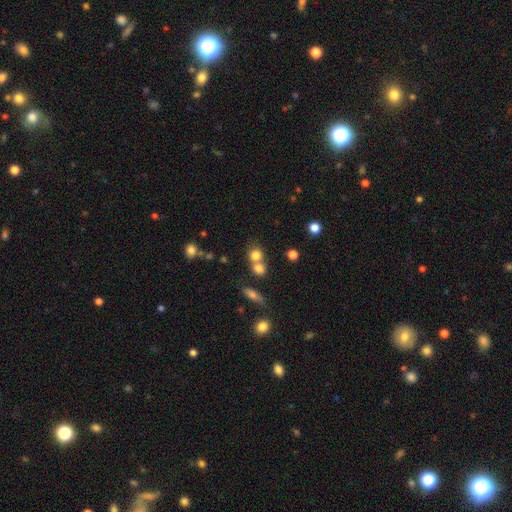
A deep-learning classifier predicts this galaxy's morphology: Smooth or featured? smooth (77%)
How rounded? round (80%)
Merging? none (45%, tied with merger)